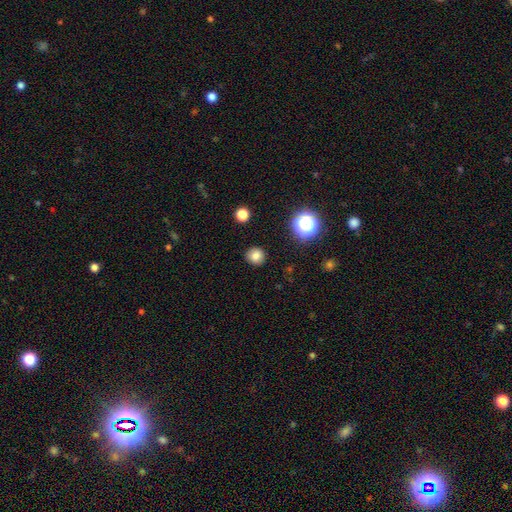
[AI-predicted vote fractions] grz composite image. It shows a smooth galaxy with no disk features (82%) that is round (89%). Merging: none (90%).